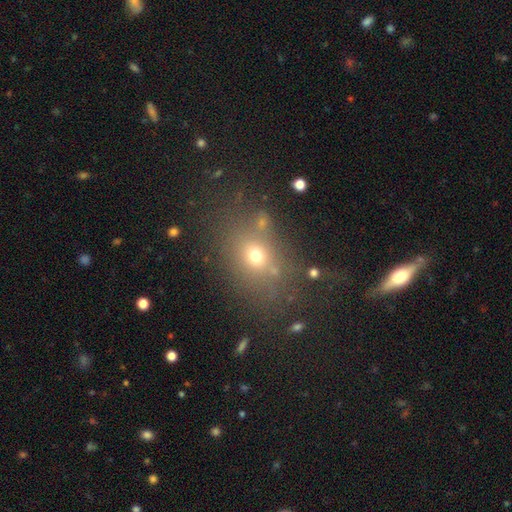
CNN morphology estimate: A smooth galaxy with no disk features (65%) that is in between round and cigar-shaped (53%).

Vote fractions:
- Smooth or featured? smooth: 65% / star or artifact: 21% / featured or disk: 15%
- How rounded? in between: 53% / round: 45% / cigar-shaped: 2%
- Merging? none: 71% / minor disturbance: 14% / major disturbance: 8% / merger: 6%